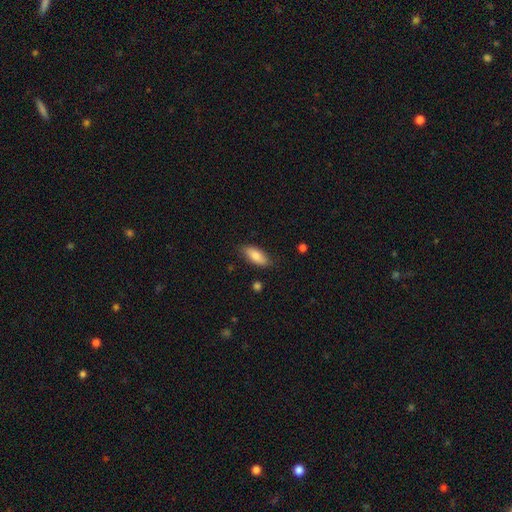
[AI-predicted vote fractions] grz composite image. It shows a smooth galaxy with no disk features (81%) that is in between round and cigar-shaped (82%). Merging: none (82%).